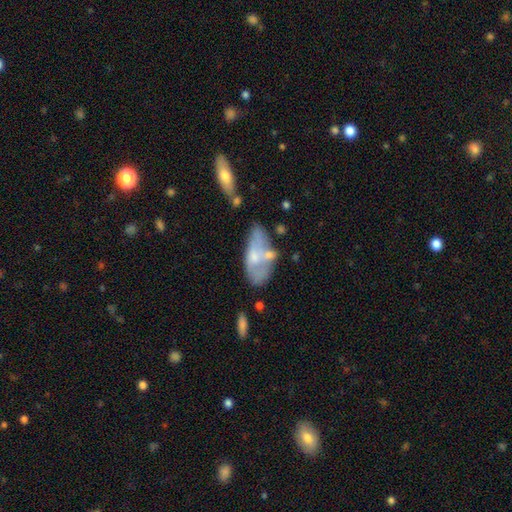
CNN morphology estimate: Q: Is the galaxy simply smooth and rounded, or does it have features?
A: featured or disk — 48%.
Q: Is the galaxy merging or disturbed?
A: none — 32%.